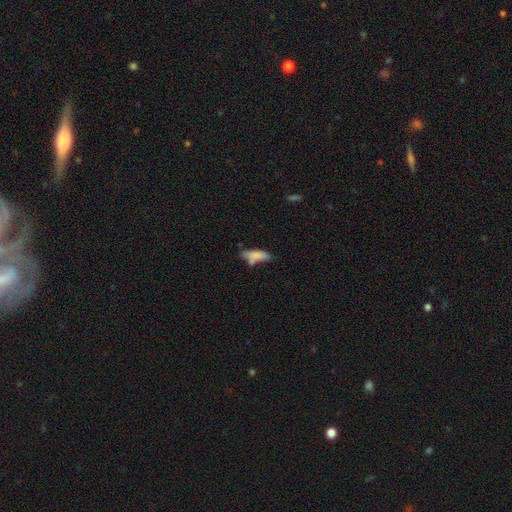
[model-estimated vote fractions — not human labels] The model was most divided on "how rounded": in between: 53%, cigar-shaped: 45%, round: 2%. Remaining: smooth or featured — smooth (75%); merging — none (47%).